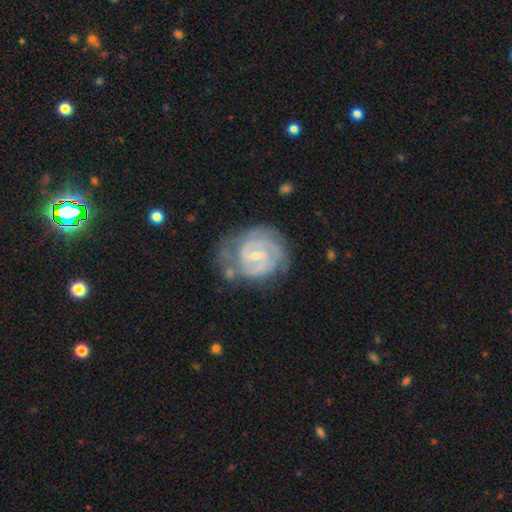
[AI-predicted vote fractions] Smooth or featured: featured or disk — 88% (smooth — 7%)
Edge-on disk: no — 98% (yes — 2%)
Bar: weak — 54% (no — 31%)
Spiral arms: yes — 97% (no — 3%)
Spiral winding: tight — 67% (medium — 28%)
Spiral arm count: 2 — 54% (3 — 18%)
Bulge size: small — 74% (moderate — 21%)
Merging: none — 67% (minor disturbance — 21%)